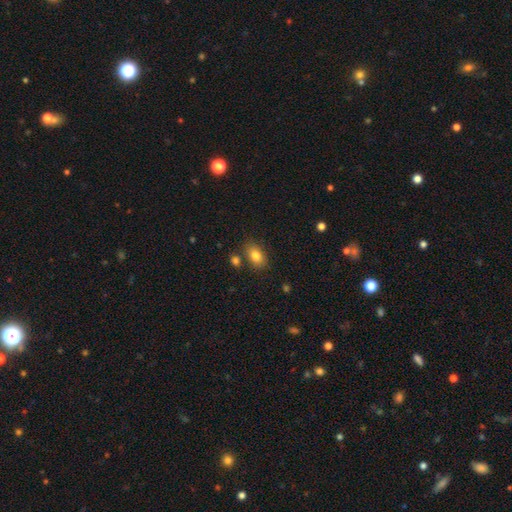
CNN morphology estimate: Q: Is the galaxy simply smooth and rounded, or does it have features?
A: smooth — 83%.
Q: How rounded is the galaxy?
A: in between — 81%.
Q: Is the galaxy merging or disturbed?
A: none — 75%.